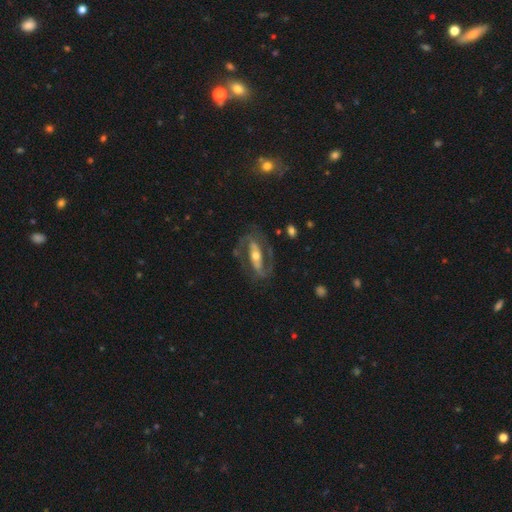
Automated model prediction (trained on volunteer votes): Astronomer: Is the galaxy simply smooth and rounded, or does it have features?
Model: featured or disk — 83%.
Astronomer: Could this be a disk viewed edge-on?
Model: no — 88%.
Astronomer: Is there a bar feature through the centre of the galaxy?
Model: strong — 59%.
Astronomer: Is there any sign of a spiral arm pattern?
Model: yes — 85%.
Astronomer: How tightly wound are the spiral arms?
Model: medium — 49% (runner-up: tight, 30%).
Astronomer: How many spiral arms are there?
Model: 2 — 88%.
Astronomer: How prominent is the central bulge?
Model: moderate — 58%.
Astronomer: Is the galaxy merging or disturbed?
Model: none — 74%.